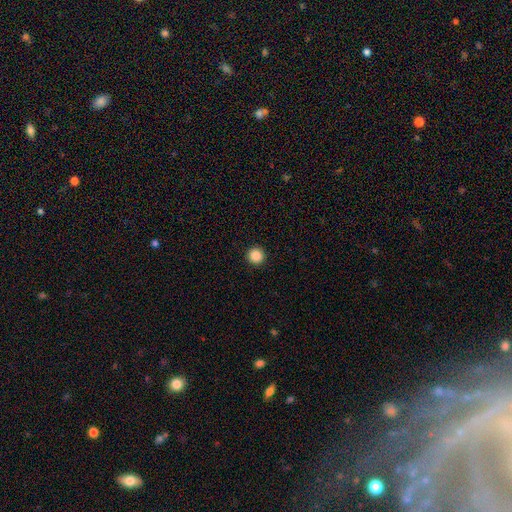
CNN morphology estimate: This appears to be a smooth galaxy with no disk features (87%) that is round (95%). Merging: none (93%).